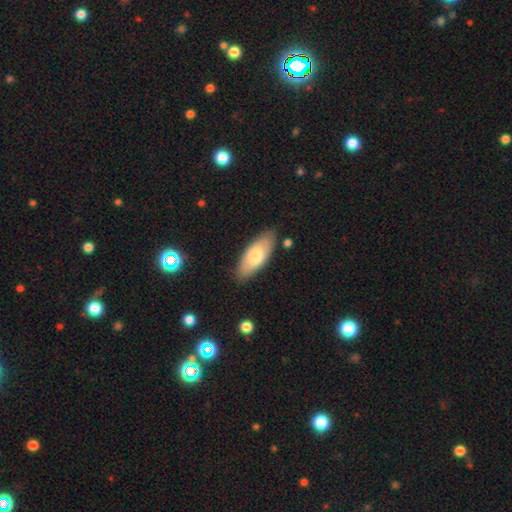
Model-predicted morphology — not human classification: Smooth or featured? Predicted: smooth (p=0.69). How rounded? Predicted: in between (p=0.81). Merging? Predicted: none (p=0.84).